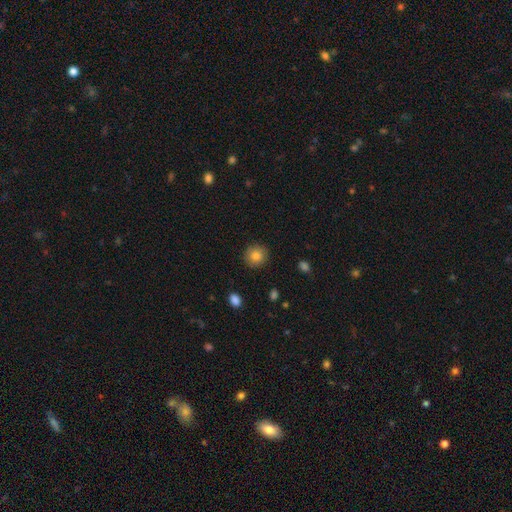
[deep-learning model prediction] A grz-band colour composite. It shows a smooth galaxy with no disk features (83%) that is round (91%). Merging: none (89%).